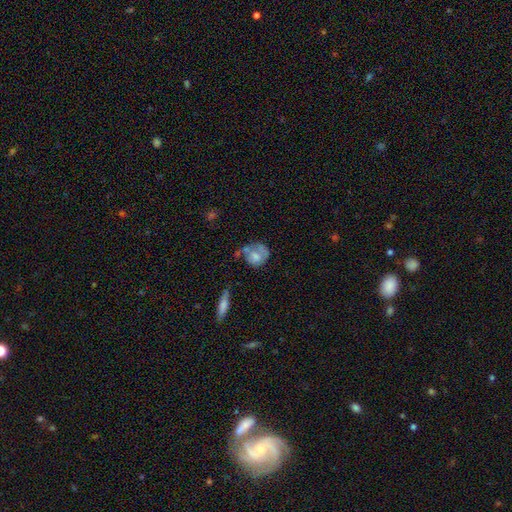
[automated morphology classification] smooth 56%, featured or disk 37%, star or artifact 8%. Down the decision tree: how rounded — round (64%); merging — none (37%).